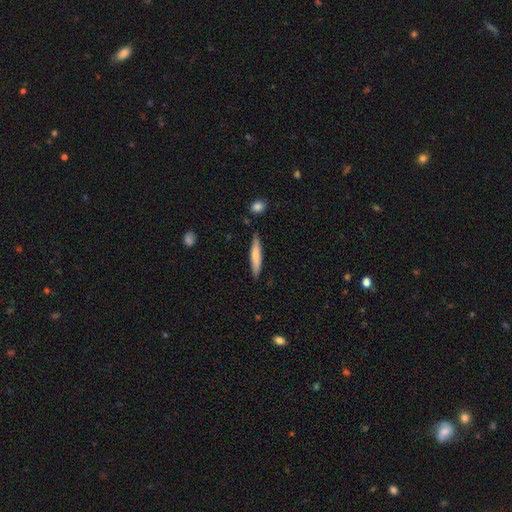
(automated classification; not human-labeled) smooth-or-featured: smooth: 72% | featured or disk: 23% | star or artifact: 6%
  how-rounded: cigar-shaped: 90% | in between: 8% | round: 1%
  merging: none: 85% | minor disturbance: 11% | merger: 2% | major disturbance: 2%